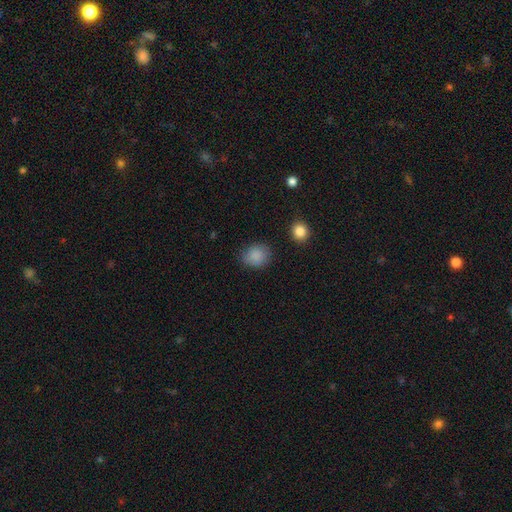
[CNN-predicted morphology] The model was most divided on "how rounded": round: 65%, in between: 34%, cigar-shaped: 1%. More confident: smooth or featured — smooth (87%); merging — none (78%).